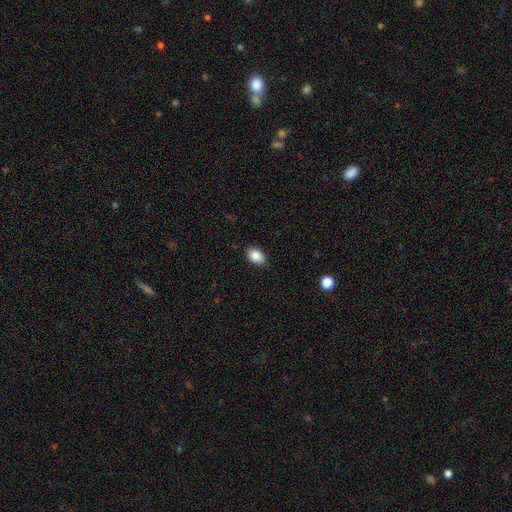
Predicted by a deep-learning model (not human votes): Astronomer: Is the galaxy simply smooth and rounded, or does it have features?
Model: smooth — 87%.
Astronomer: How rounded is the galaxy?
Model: in between — 87%.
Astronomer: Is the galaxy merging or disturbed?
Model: none — 85%.